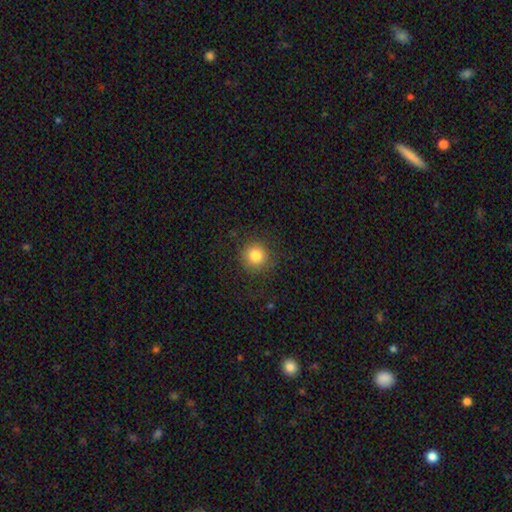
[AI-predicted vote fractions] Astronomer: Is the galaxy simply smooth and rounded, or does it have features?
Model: smooth — 82%.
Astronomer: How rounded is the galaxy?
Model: round — 93%.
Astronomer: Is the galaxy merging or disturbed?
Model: none — 87%.